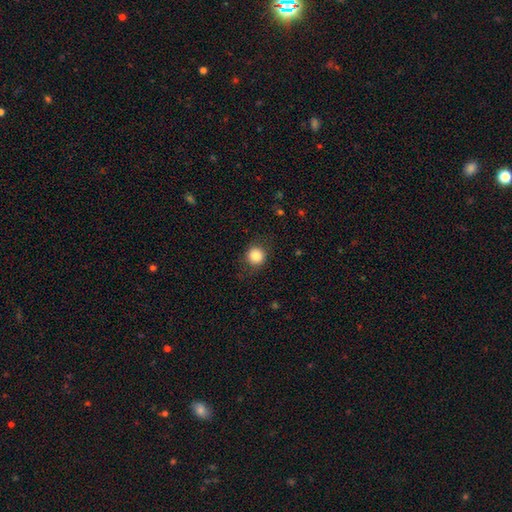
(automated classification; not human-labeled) Morphology: type=smooth (84%); roundness=round (90%); merging=none (85%).